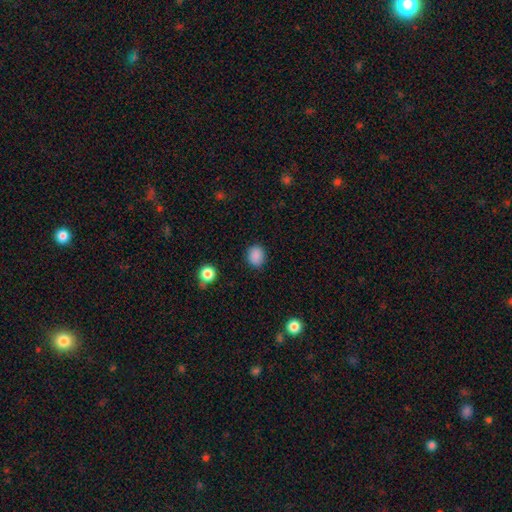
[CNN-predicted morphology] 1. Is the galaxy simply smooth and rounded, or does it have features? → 87% smooth, 10% star or artifact, 3% featured or disk.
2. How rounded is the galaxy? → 57% round, 42% in between, 1% cigar-shaped.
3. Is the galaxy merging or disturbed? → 85% none, 11% minor disturbance, 3% major disturbance, 1% merger.